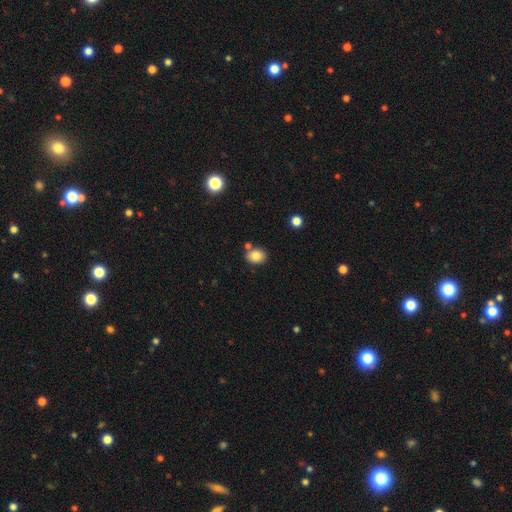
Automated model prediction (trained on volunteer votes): Smooth or featured: smooth — 83% (star or artifact — 10%)
How rounded: round — 53% (in between — 46%)
Merging: none — 76% (merger — 11%)